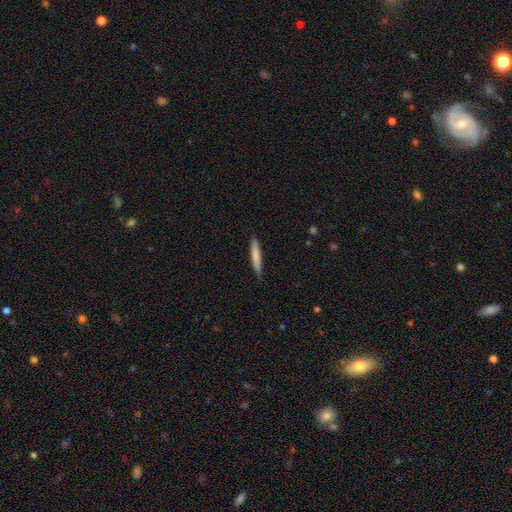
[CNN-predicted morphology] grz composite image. It shows a smooth galaxy with no disk features (76%) that is cigar-shaped (95%). Merging: none (88%).